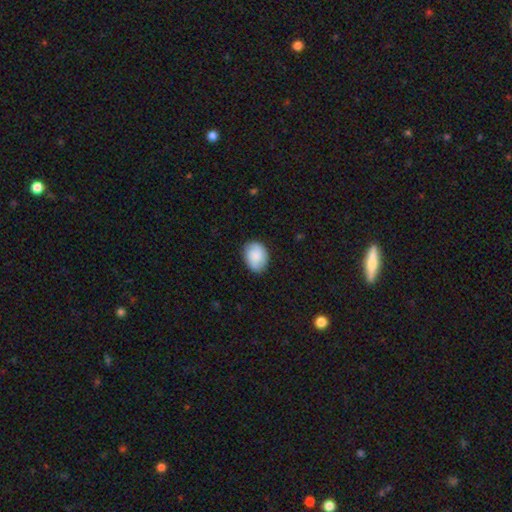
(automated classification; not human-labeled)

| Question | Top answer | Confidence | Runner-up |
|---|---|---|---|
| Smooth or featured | smooth | 84% | featured or disk (9%) |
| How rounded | in between | 62% | round (37%) |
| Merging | none | 82% | minor disturbance (14%) |